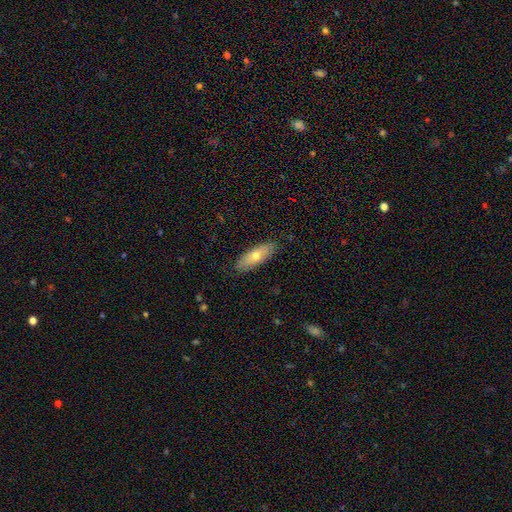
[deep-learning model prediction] Smooth or featured? Predicted: smooth (p=0.64). How rounded? Predicted: in between (p=0.56). Merging? Predicted: none (p=0.87).